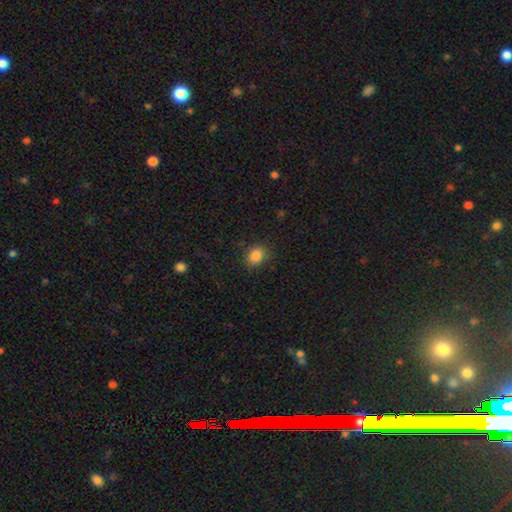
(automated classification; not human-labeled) Morphology: type=smooth (85%); roundness=round (56%); merging=none (83%).